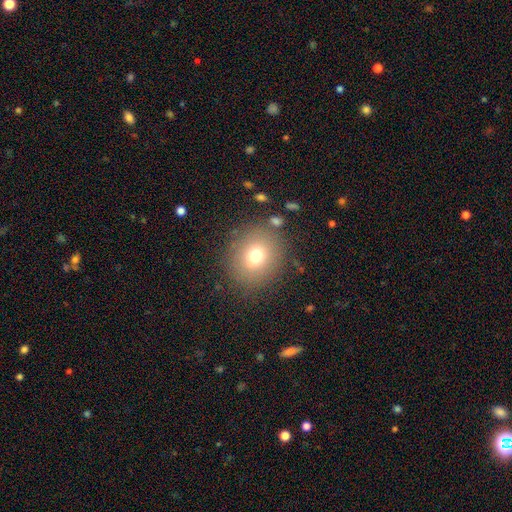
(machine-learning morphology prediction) type=smooth (70%); roundness=round (79%); merging=none (81%).